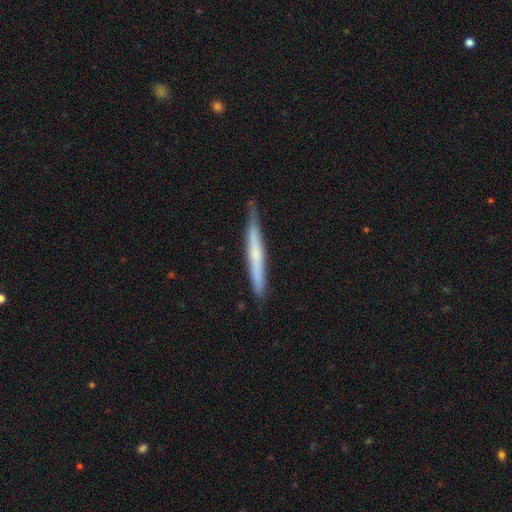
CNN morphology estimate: A featured or disk galaxy (51%) viewed edge-on (95%).

Vote fractions:
- Smooth or featured? featured or disk: 51% / smooth: 43% / star or artifact: 6%
- Edge-on disk? yes: 95% / no: 5%
- Merging? none: 85% / minor disturbance: 13% / major disturbance: 2% / merger: 1%